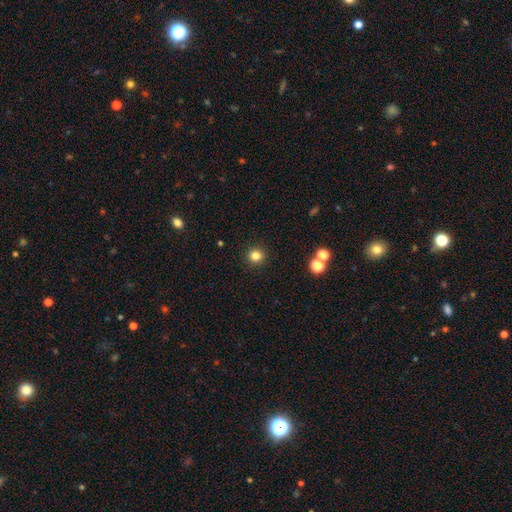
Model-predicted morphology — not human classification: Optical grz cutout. It shows a smooth galaxy with no disk features (82%) that is round (91%). Merging: none (91%).